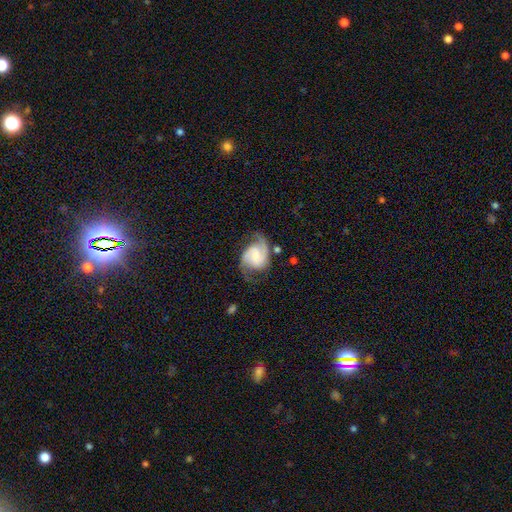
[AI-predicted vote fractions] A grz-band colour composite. It shows a featured or disk galaxy (83%) with no bar (47%), 2 (89%) medium (51%) spiral arms (97%) and a small central bulge (44%). Merging: none (66%).